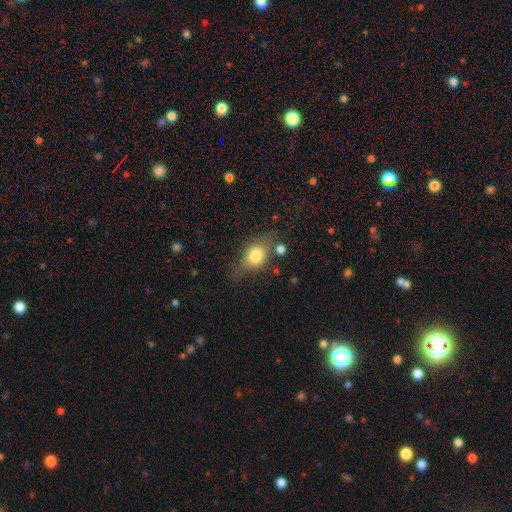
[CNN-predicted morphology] Smooth or featured: smooth — 73% (featured or disk — 17%)
How rounded: in between — 56% (round — 41%)
Merging: none — 58% (minor disturbance — 25%)